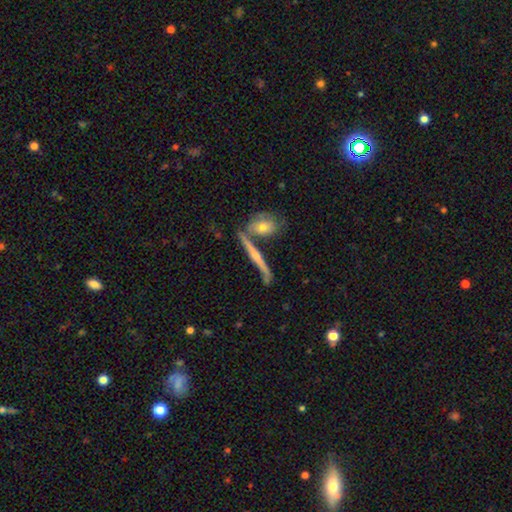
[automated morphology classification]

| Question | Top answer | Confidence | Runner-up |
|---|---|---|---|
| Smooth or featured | featured or disk | 63% | smooth (30%) |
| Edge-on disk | yes | 88% | no (12%) |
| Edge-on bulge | rounded | 54% | none (36%) |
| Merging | none | 61% | merger (21%) |